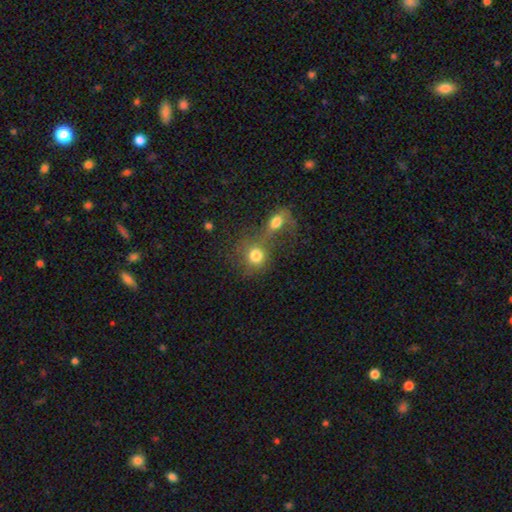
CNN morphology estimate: A smooth galaxy with no disk features (76%) that is round (80%). Merging: merger (53%).